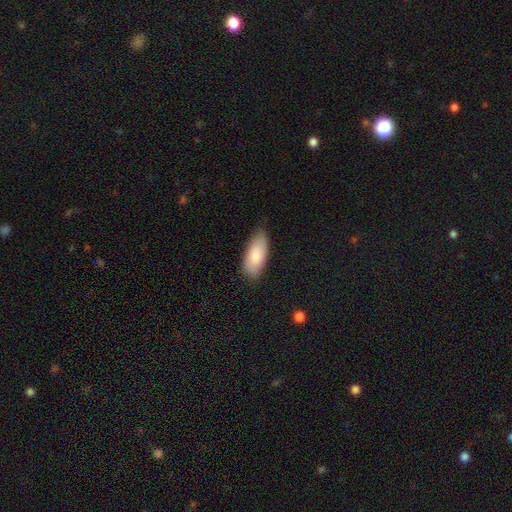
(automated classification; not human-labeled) Smooth or featured?
  - smooth: 85% *
  - featured or disk: 9%
  - star or artifact: 6%
How rounded?
  - in between: 85% *
  - cigar-shaped: 13%
  - round: 2%
Merging?
  - none: 79% *
  - minor disturbance: 17%
  - major disturbance: 3%
  - merger: 1%